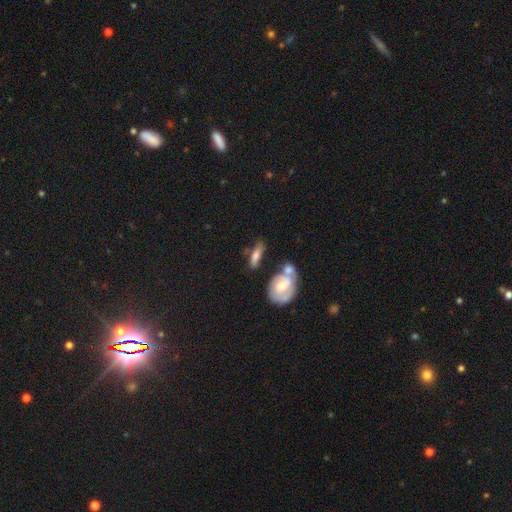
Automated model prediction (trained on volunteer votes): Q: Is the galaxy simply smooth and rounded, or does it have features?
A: smooth — 57%.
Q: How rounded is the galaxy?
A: in between — 56%.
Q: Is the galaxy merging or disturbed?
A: none — 44%.